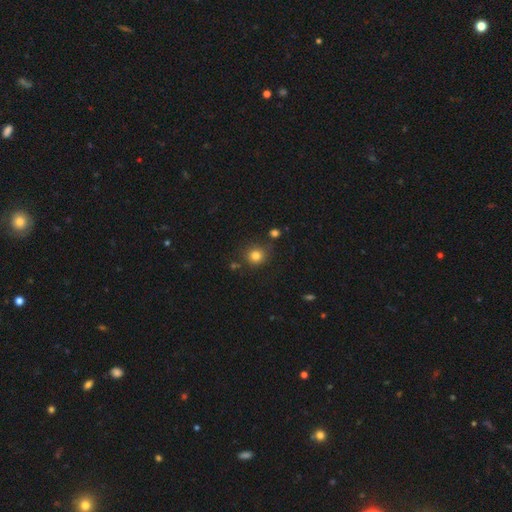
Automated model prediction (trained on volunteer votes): Q: Smooth or featured?
A: smooth (81%); runner-up: star or artifact (13%)
Q: How rounded?
A: round (88%); runner-up: in between (11%)
Q: Merging?
A: none (80%); runner-up: minor disturbance (12%)